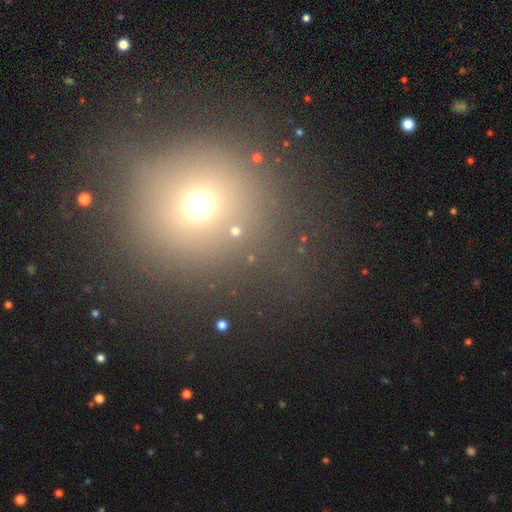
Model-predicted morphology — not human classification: type=smooth (57%); roundness=round (91%); merging=none (76%).